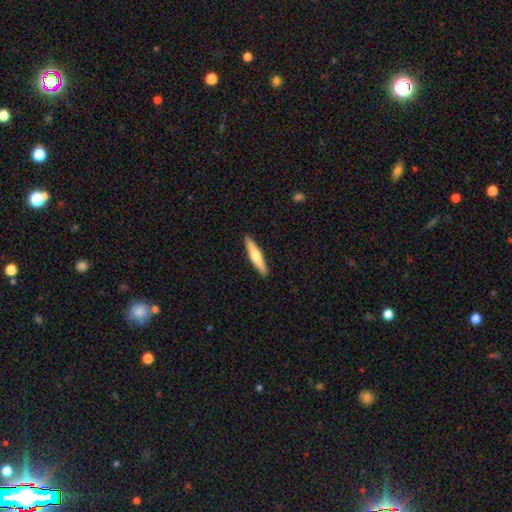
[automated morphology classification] The model was most divided on "smooth or featured": smooth: 59%, featured or disk: 36%, star or artifact: 5%. More confident: merging — none (91%); how rounded — cigar-shaped (89%).